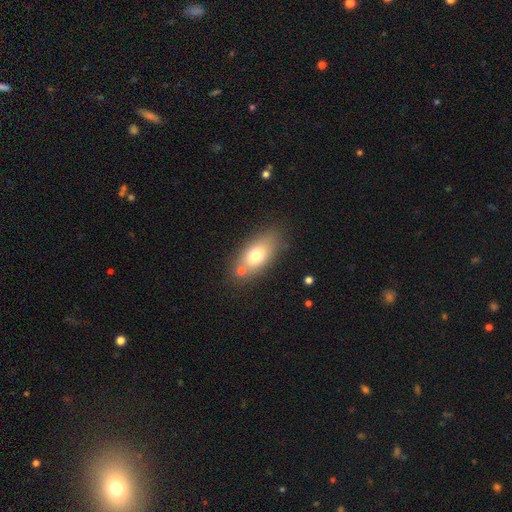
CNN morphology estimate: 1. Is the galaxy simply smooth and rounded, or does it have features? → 71% smooth, 20% featured or disk, 9% star or artifact.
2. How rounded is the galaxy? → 84% in between, 9% round, 8% cigar-shaped.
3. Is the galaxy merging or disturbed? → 66% none, 17% merger, 13% minor disturbance, 4% major disturbance.